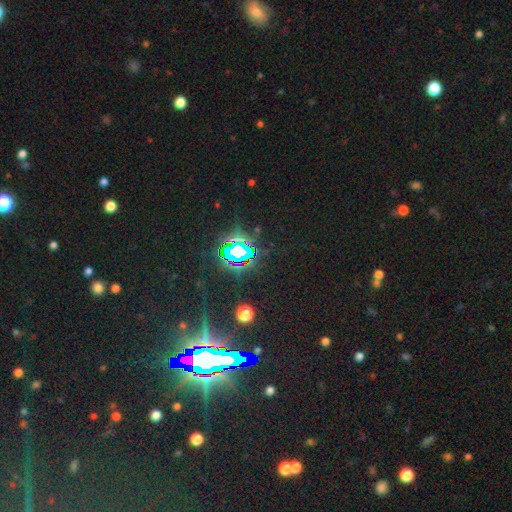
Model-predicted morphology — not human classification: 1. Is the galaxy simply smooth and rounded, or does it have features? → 83% star or artifact, 9% smooth, 8% featured or disk.